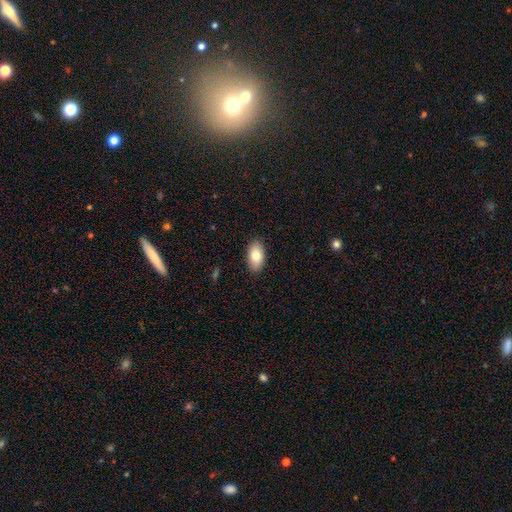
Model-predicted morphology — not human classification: Smooth or featured? Predicted: smooth (p=0.78). How rounded? Predicted: in between (p=0.93). Merging? Predicted: none (p=0.89).